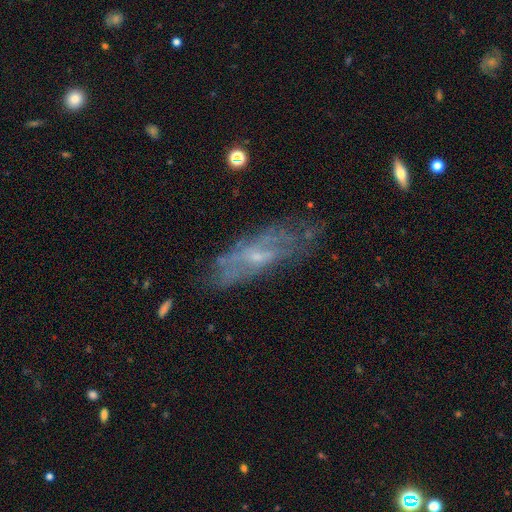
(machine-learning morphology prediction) type=featured or disk (63%); edge-on=no (73%); merging=none (64%).